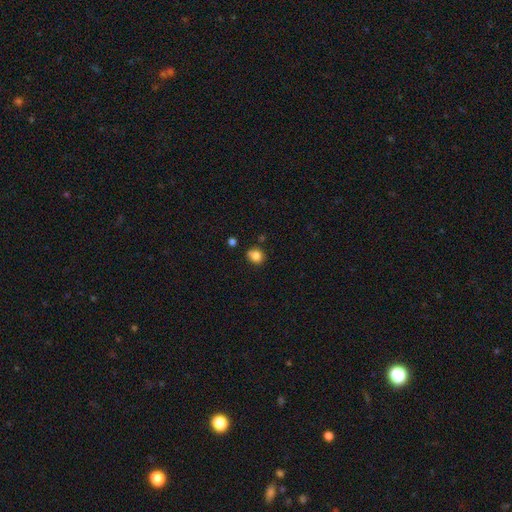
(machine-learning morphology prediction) type=smooth (83%); roundness=round (66%); merging=none (70%).